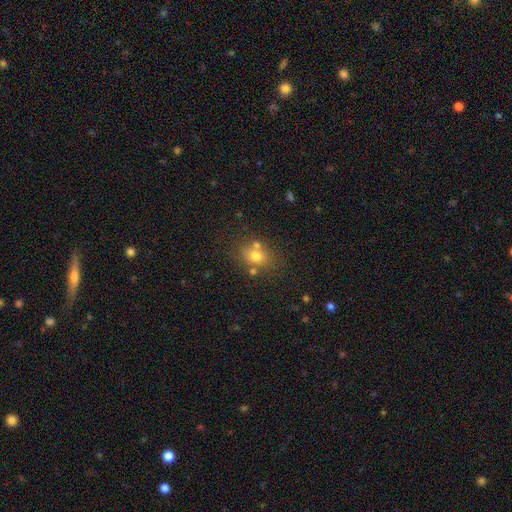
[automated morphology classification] smooth_or_featured: smooth (p=0.71) [alt: star or artifact p=0.15]
how_rounded: round (p=0.56) [alt: in between p=0.43]
merging: none (p=0.65) [alt: merger p=0.18]